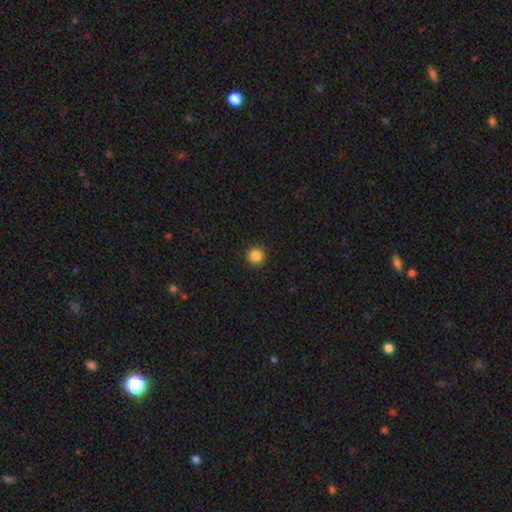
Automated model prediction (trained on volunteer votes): smooth_or_featured: smooth (p=0.86) [alt: star or artifact p=0.11]
how_rounded: round (p=0.96) [alt: in between p=0.03]
merging: none (p=0.92) [alt: minor disturbance p=0.05]